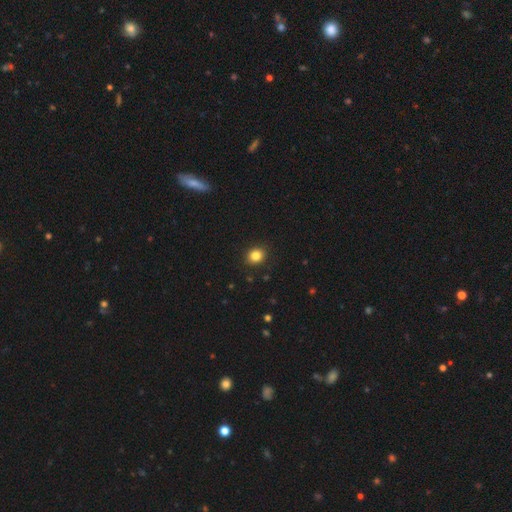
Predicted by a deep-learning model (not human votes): Smooth or featured: smooth — 84% (star or artifact — 11%)
How rounded: round — 73% (in between — 26%)
Merging: none — 90% (minor disturbance — 7%)